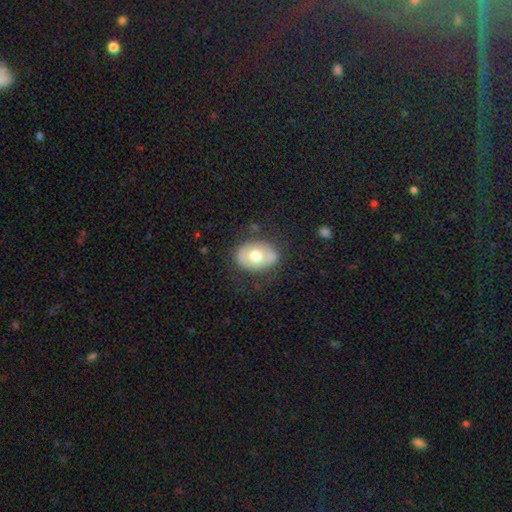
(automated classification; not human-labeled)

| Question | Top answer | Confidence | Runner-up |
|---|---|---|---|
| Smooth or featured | smooth | 57% | featured or disk (36%) |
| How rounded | in between | 72% | round (27%) |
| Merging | none | 76% | minor disturbance (16%) |